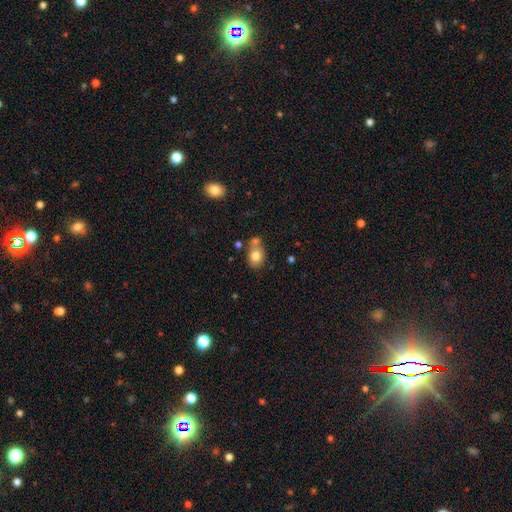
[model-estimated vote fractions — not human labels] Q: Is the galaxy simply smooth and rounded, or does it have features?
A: smooth — 78%.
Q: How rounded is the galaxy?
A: in between — 58%.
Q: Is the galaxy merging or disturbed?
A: none — 50%.